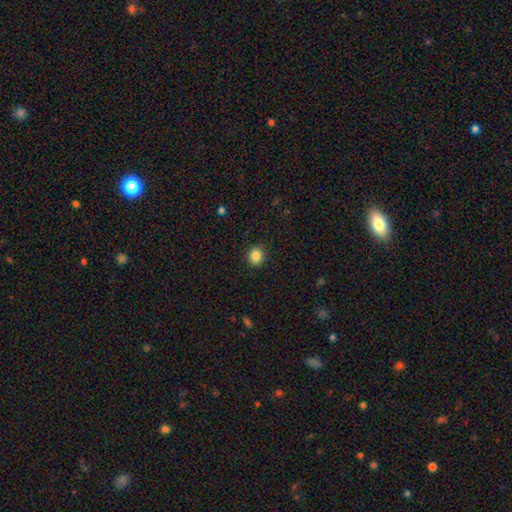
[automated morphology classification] smooth 85%, star or artifact 10%, featured or disk 4%. Down the decision tree: how rounded — round (78%); merging — none (90%).